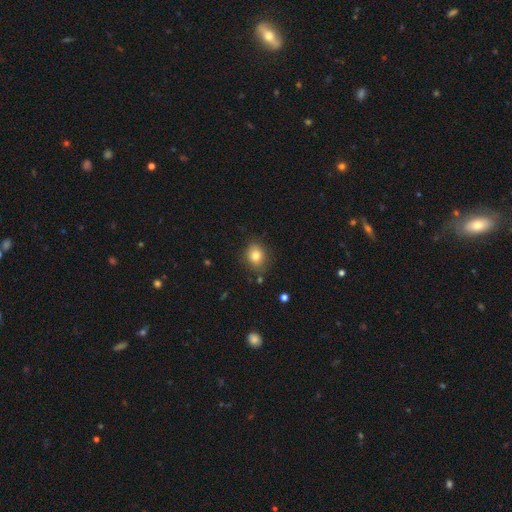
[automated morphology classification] Overall: smooth (80%). How rounded: round (62%; in between 37%). Merging: none (81%).